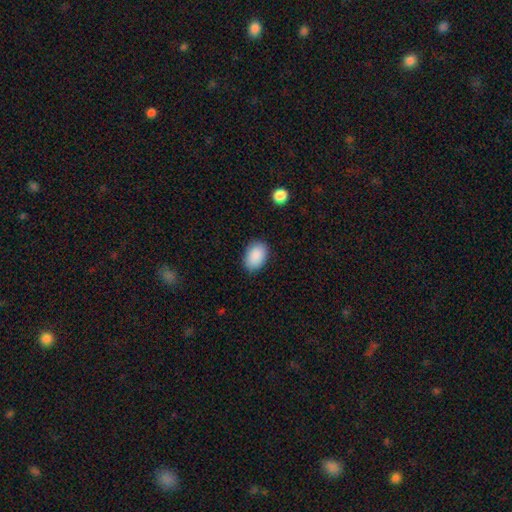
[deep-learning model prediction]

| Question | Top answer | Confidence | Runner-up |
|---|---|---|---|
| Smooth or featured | smooth | 90% | star or artifact (7%) |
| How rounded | in between | 85% | round (14%) |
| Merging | none | 85% | minor disturbance (11%) |